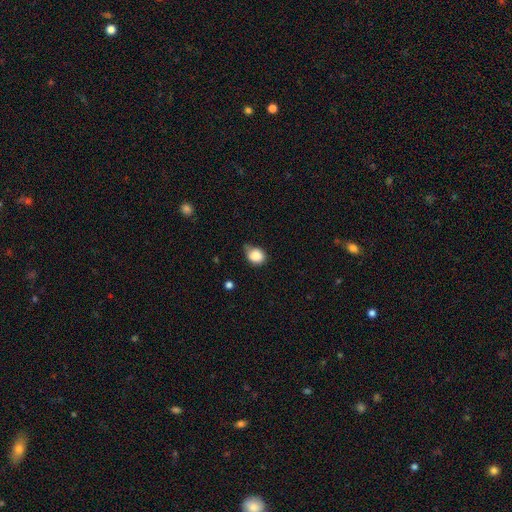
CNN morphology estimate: smooth_or_featured: smooth (p=0.86) [alt: star or artifact p=0.09]
how_rounded: round (p=0.65) [alt: in between p=0.34]
merging: none (p=0.47) [alt: minor disturbance p=0.41]